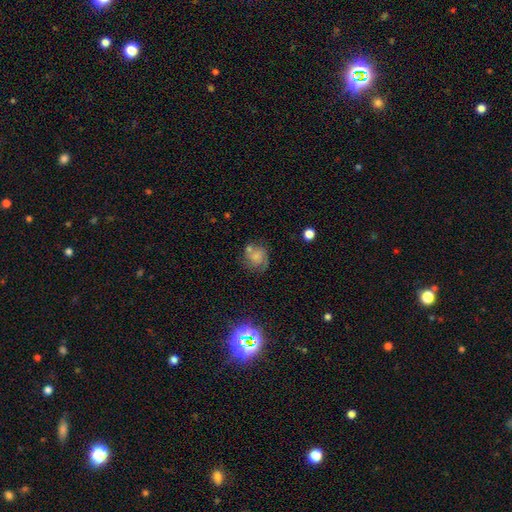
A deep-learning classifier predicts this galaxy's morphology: This is possibly a smooth galaxy (46%). Merging: possibly none (50%).